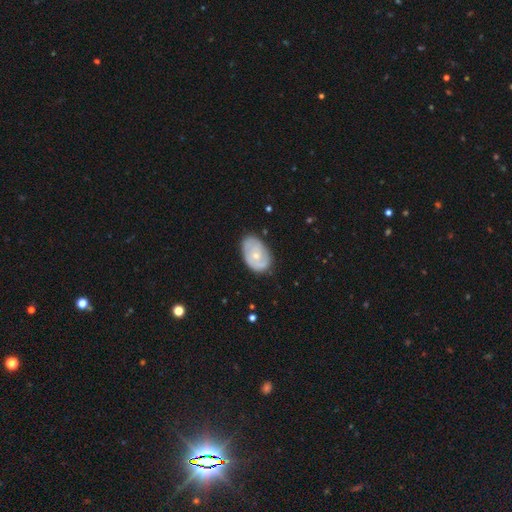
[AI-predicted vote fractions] smooth_or_featured: featured or disk (p=0.55) [alt: smooth p=0.40]
disk_edge_on: no (p=0.95) [alt: yes p=0.05]
bar: no (p=0.84) [alt: weak p=0.14]
has_spiral_arms: yes (p=0.55) [alt: no p=0.45]
bulge_size: small (p=0.60) [alt: moderate p=0.36]
merging: none (p=0.71) [alt: minor disturbance p=0.22]